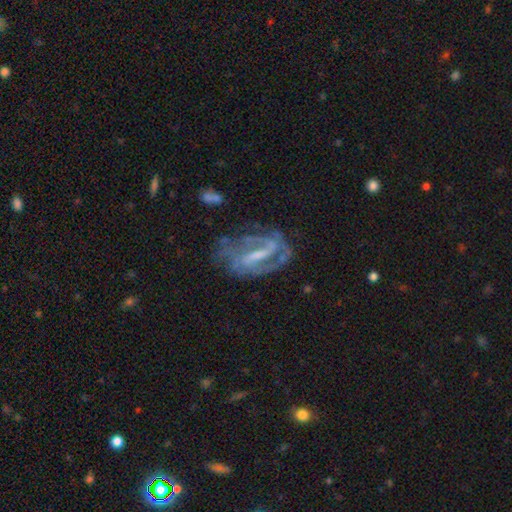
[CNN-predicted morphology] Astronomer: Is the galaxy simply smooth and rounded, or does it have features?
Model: featured or disk — 84%.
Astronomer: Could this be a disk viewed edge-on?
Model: no — 95%.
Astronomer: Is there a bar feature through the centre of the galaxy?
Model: strong — 51% (runner-up: weak, 37%).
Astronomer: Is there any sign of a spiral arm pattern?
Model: yes — 88%.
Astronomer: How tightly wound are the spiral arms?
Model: medium — 46% (runner-up: tight, 35%).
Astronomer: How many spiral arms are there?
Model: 2 — 55%.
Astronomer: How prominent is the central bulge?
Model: small — 37% (runner-up: moderate, 33%).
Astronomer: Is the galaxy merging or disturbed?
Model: none — 54%.